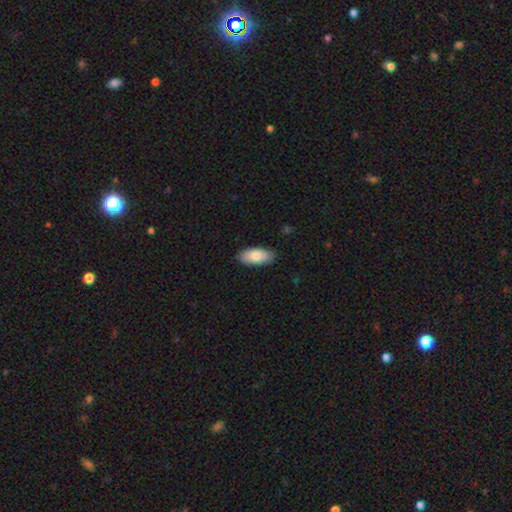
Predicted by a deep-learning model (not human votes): Smooth or featured? smooth (82%)
How rounded? in between (91%)
Merging? none (88%)